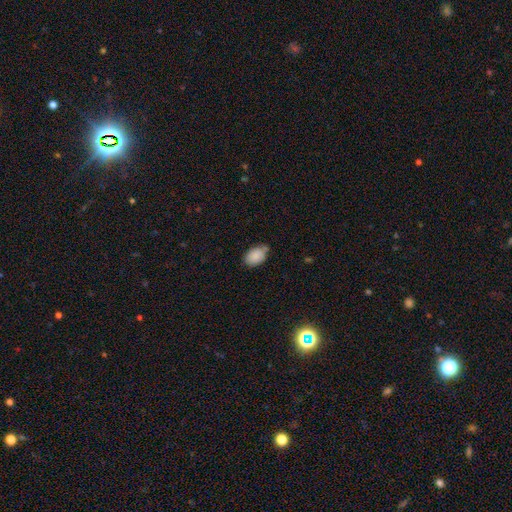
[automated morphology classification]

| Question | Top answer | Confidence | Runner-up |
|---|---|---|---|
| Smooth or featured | smooth | 88% | star or artifact (8%) |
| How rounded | in between | 83% | round (16%) |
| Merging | none | 63% | minor disturbance (26%) |